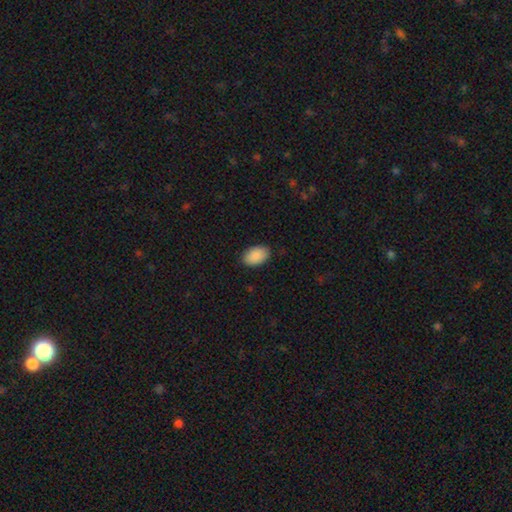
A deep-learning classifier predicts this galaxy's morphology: smooth_or_featured: smooth (p=0.90) [alt: star or artifact p=0.06]
how_rounded: in between (p=0.92) [alt: round p=0.07]
merging: none (p=0.88) [alt: minor disturbance p=0.09]